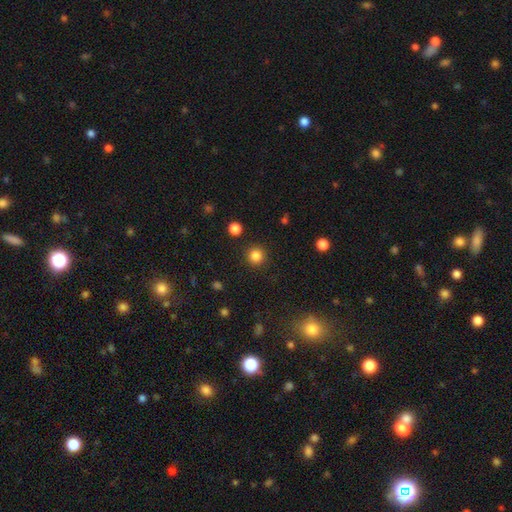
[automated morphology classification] Q: Smooth or featured?
A: smooth (84%); runner-up: star or artifact (12%)
Q: How rounded?
A: round (95%); runner-up: in between (4%)
Q: Merging?
A: none (91%); runner-up: minor disturbance (5%)